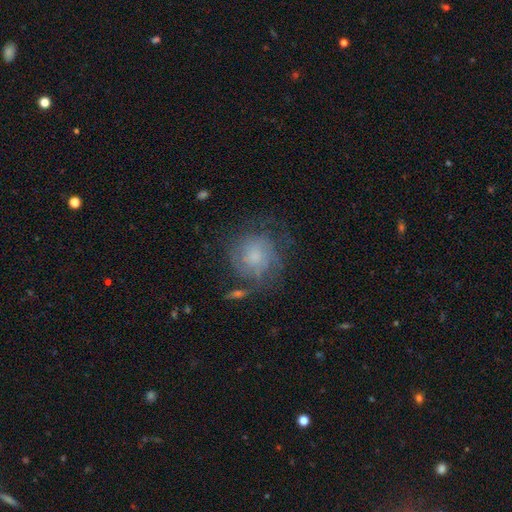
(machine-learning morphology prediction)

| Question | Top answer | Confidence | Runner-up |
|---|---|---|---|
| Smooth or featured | featured or disk | 55% | smooth (29%) |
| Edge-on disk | no | 97% | yes (3%) |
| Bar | no | 75% | weak (21%) |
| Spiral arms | yes | 84% | no (16%) |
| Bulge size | small | 46% | moderate (36%) |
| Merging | none | 70% | minor disturbance (15%) |